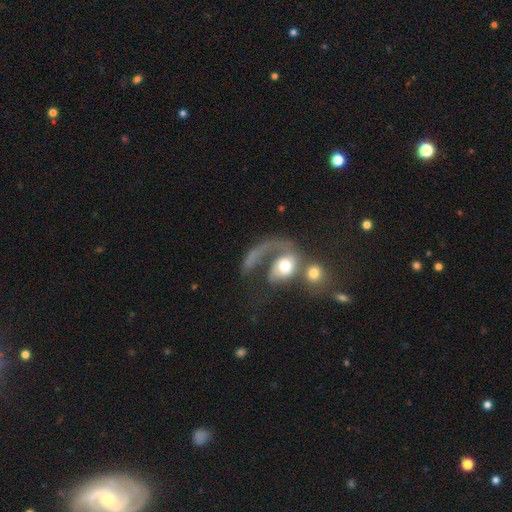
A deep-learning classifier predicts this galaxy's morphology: A featured or disk galaxy (62%) with no bar (72%), spiral arms (71%) and a moderate central bulge (61%).

Vote fractions:
- Smooth or featured? featured or disk: 62% / smooth: 29% / star or artifact: 9%
- Edge-on disk? no: 96% / yes: 4%
- Bar? no: 72% / weak: 20% / strong: 8%
- Spiral arms? yes: 71% / no: 29%
- Bulge size? moderate: 61% / large: 17% / small: 14% / none: 4% / dominant: 4%
- Merging? merger: 42% / major disturbance: 33% / none: 16% / minor disturbance: 8%